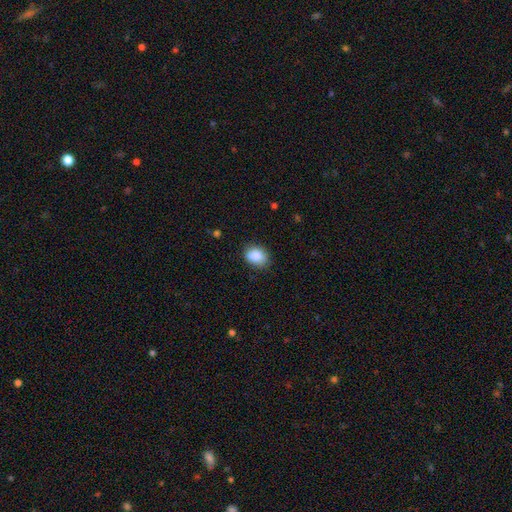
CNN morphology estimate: Overall: smooth (88%). How rounded: in between (67%; round 32%). Merging: none (80%).